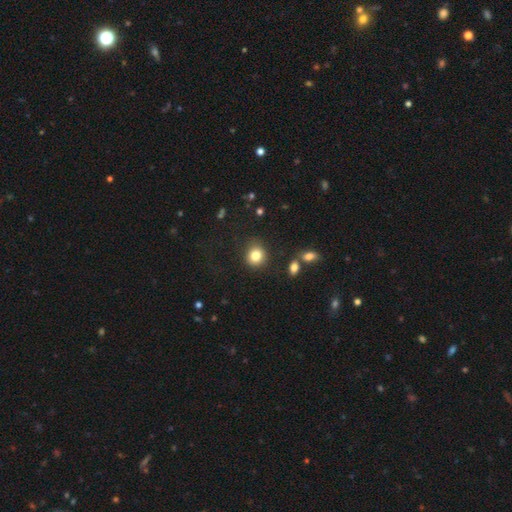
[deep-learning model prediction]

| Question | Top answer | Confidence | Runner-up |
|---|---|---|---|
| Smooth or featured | smooth | 83% | star or artifact (10%) |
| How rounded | round | 80% | in between (19%) |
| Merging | none | 84% | minor disturbance (10%) |